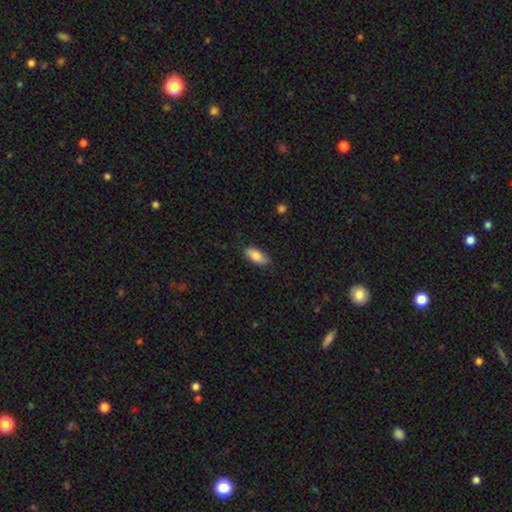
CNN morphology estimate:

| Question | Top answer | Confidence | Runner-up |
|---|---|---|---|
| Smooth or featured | smooth | 83% | featured or disk (11%) |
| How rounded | in between | 88% | cigar-shaped (9%) |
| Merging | none | 81% | minor disturbance (15%) |